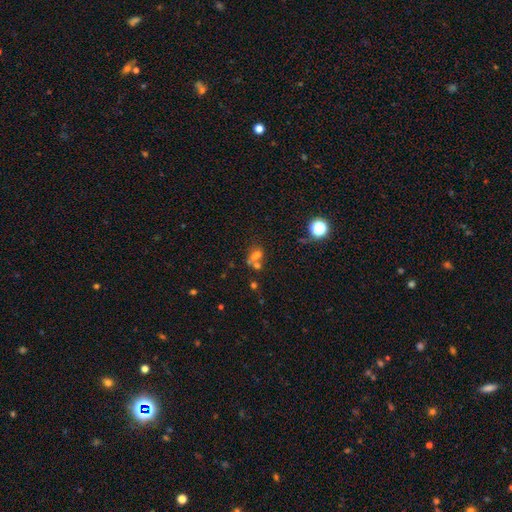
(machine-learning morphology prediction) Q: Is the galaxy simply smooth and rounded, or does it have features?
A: smooth — 54%.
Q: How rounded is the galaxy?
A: round — 52%.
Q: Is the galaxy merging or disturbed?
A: merger — 51%.